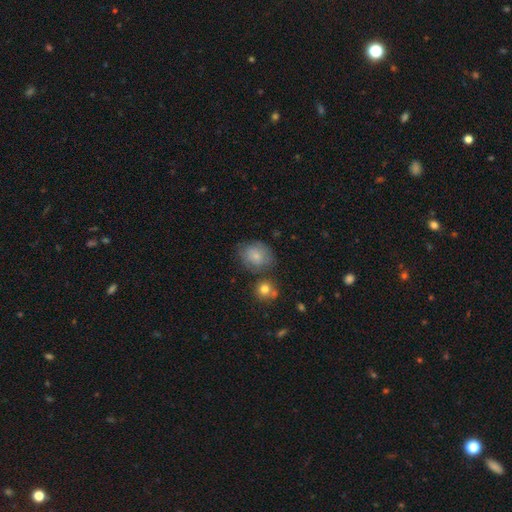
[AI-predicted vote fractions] smooth-or-featured: smooth: 78% | featured or disk: 14% | star or artifact: 8%
  how-rounded: round: 58% | in between: 41% | cigar-shaped: 1%
  merging: none: 63% | minor disturbance: 21% | merger: 9% | major disturbance: 7%